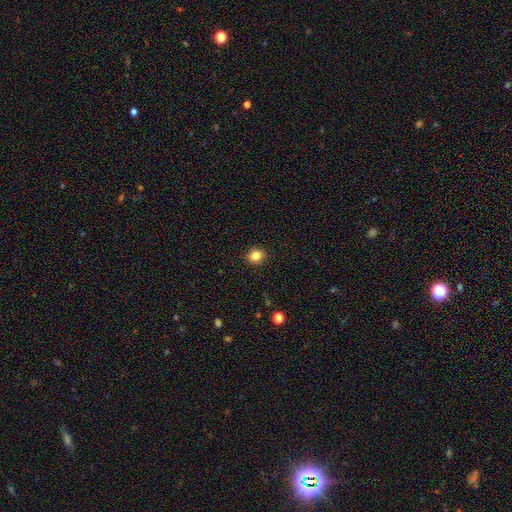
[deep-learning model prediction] Smooth or featured?
  - smooth: 84% *
  - star or artifact: 11%
  - featured or disk: 5%
How rounded?
  - round: 81% *
  - in between: 18%
  - cigar-shaped: 1%
Merging?
  - none: 91% *
  - minor disturbance: 6%
  - major disturbance: 2%
  - merger: 1%